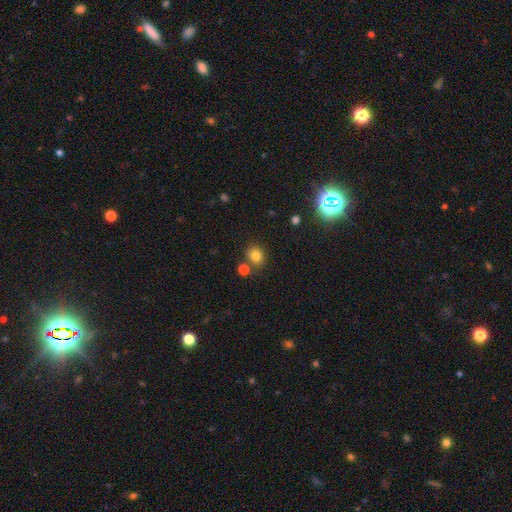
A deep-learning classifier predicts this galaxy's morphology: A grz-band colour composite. It shows a smooth galaxy with no disk features (79%) that is round (77%). Merging: none (72%).